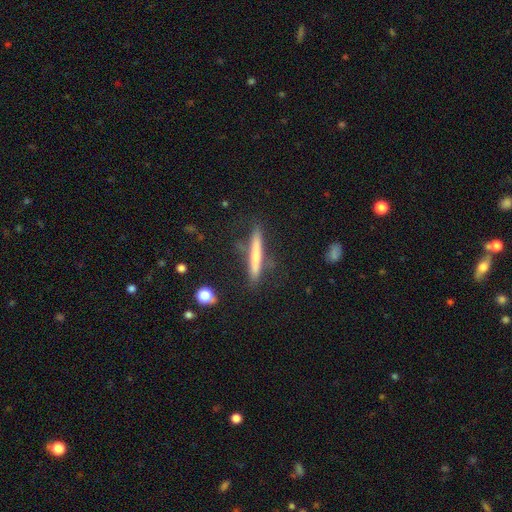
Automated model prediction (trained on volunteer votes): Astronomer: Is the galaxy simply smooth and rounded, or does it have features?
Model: smooth — 55% (runner-up: featured or disk, 37%).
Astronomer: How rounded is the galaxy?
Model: cigar-shaped — 94%.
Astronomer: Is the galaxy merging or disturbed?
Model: none — 81%.